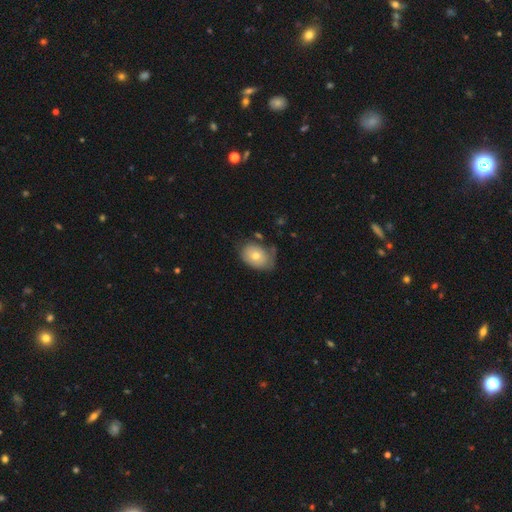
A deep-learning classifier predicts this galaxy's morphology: smooth_or_featured: smooth (p=0.65) [alt: featured or disk p=0.27]
how_rounded: in between (p=0.74) [alt: round p=0.25]
merging: none (p=0.51) [alt: minor disturbance p=0.32]